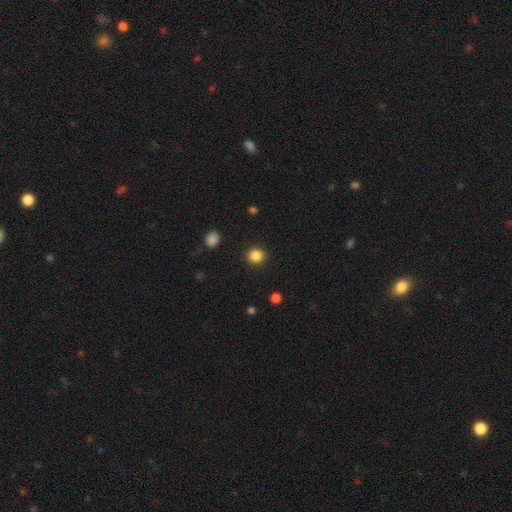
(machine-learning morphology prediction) smooth_or_featured: smooth (p=0.86) [alt: star or artifact p=0.10]
how_rounded: round (p=0.89) [alt: in between p=0.11]
merging: none (p=0.91) [alt: minor disturbance p=0.05]